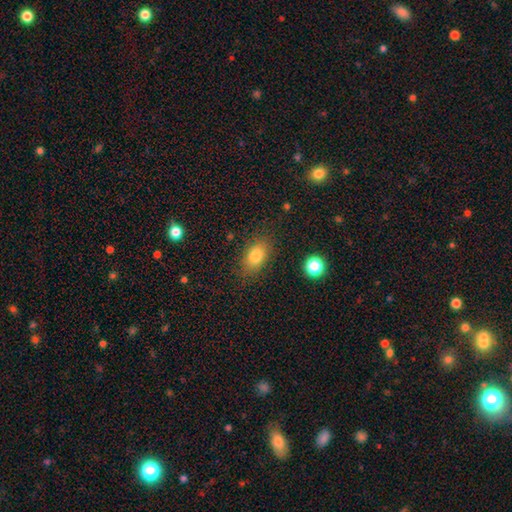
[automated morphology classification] Smooth or featured?
  - smooth: 81% *
  - star or artifact: 9%
  - featured or disk: 9%
How rounded?
  - in between: 86% *
  - round: 12%
  - cigar-shaped: 3%
Merging?
  - none: 81% *
  - minor disturbance: 13%
  - major disturbance: 4%
  - merger: 2%